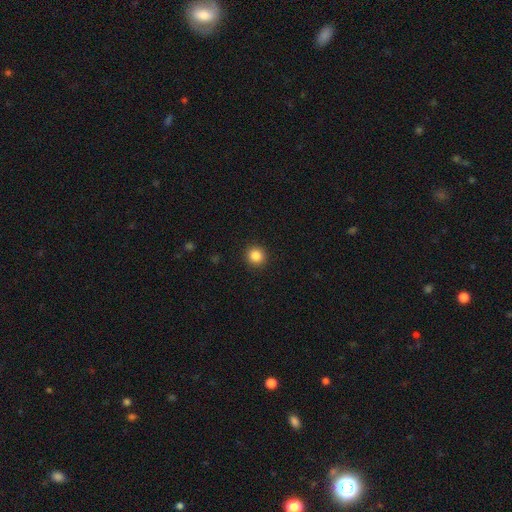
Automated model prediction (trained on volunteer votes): A smooth galaxy with no disk features (86%) that is round (93%). Merging: none (93%).